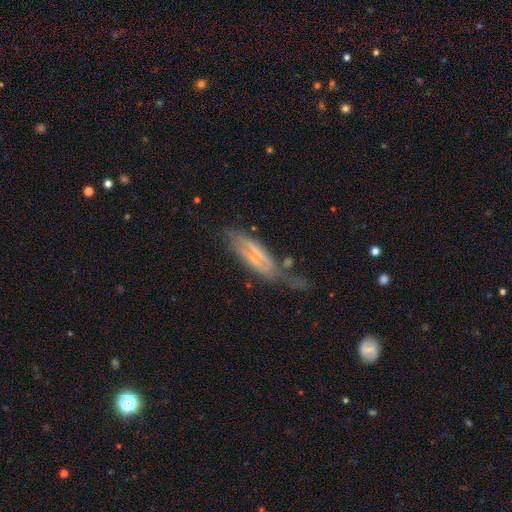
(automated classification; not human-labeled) This appears to be a featured or disk galaxy (63%). Merging: none (38%).